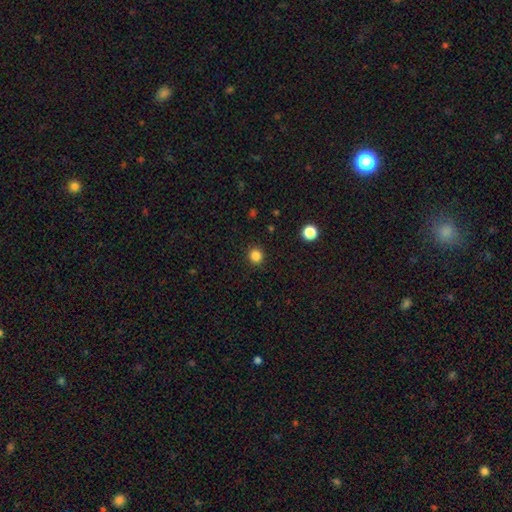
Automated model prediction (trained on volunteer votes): Smooth or featured?
  - smooth: 84% *
  - star or artifact: 13%
  - featured or disk: 3%
How rounded?
  - round: 93% *
  - in between: 6%
  - cigar-shaped: 1%
Merging?
  - none: 92% *
  - minor disturbance: 5%
  - major disturbance: 2%
  - merger: 1%